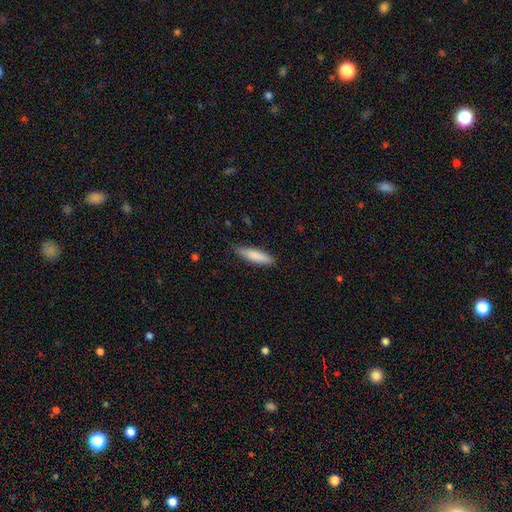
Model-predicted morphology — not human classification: smooth 83%, featured or disk 11%, star or artifact 5%. Down the decision tree: how rounded — cigar-shaped (72%); merging — none (82%).